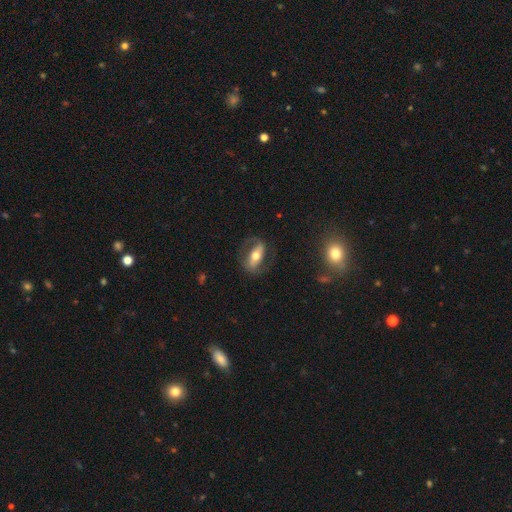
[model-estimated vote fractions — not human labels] The model was most divided on "smooth or featured": featured or disk: 58%, smooth: 35%, star or artifact: 7%. More confident: edge-on disk — no (84%); merging — none (69%).